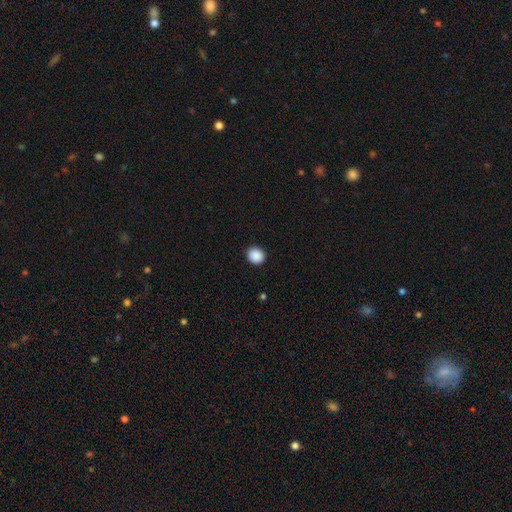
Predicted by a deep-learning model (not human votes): smooth_or_featured: smooth (p=0.89) [alt: star or artifact p=0.08]
how_rounded: round (p=0.82) [alt: in between p=0.17]
merging: none (p=0.92) [alt: minor disturbance p=0.05]